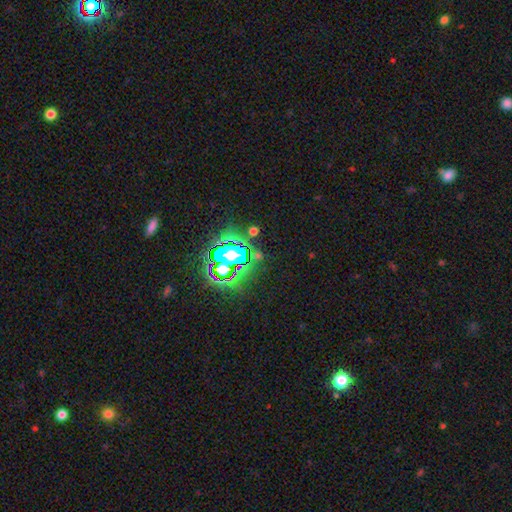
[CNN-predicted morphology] star or artifact 74%, smooth 15%, featured or disk 11%.